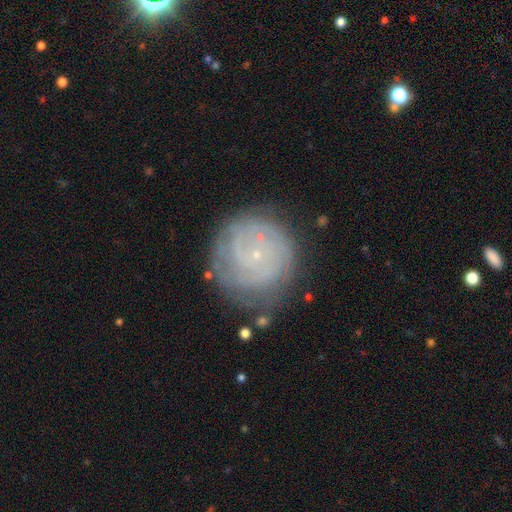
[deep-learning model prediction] The model was most divided on "spiral arm count": can't tell: 44%, 2: 16%, 3: 15%, 4: 12%, more than 4: 7%, 1: 6%. More confident: edge-on disk — no (98%); bulge size — small (90%); spiral arms — yes (86%); bar — no (81%); spiral winding — tight (76%); merging — none (75%); smooth or featured — featured or disk (70%).